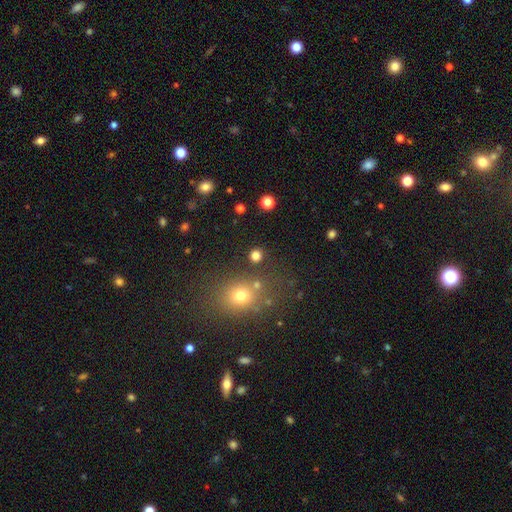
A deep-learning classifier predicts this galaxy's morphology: This is likely a smooth galaxy (78%). How rounded: clearly round (88%). Merging: clearly none (85%).